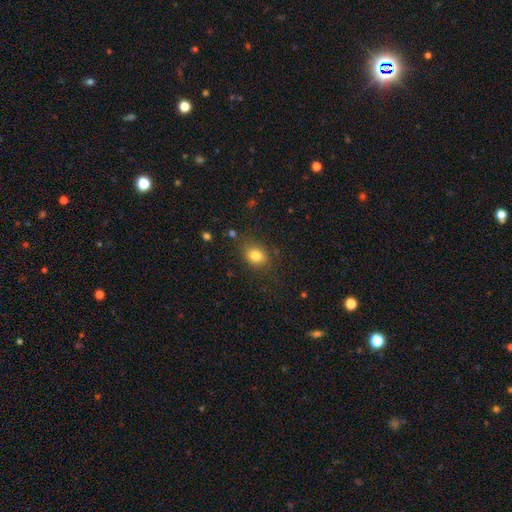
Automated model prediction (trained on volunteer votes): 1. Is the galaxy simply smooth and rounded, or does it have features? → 81% smooth, 11% star or artifact, 7% featured or disk.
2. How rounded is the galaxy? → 53% in between, 46% round, 1% cigar-shaped.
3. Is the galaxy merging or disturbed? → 79% none, 14% minor disturbance, 5% major disturbance, 2% merger.